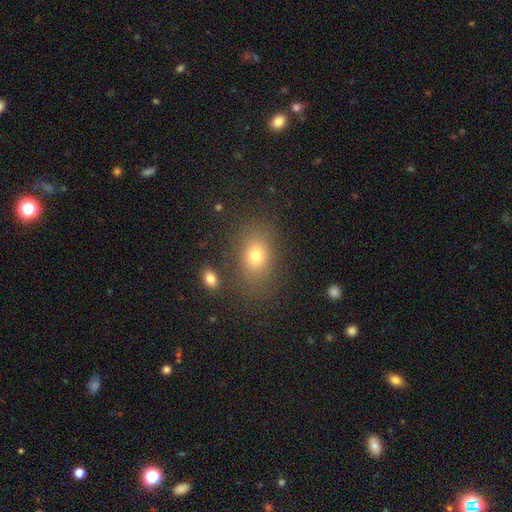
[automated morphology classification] Smooth or featured? Predicted: smooth (p=0.72). How rounded? Predicted: in between (p=0.69). Merging? Predicted: none (p=0.78).